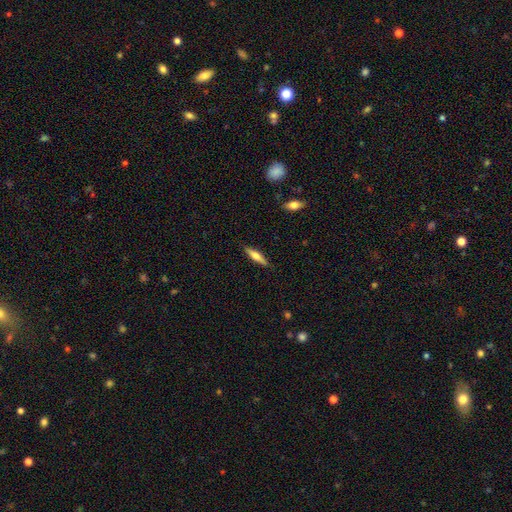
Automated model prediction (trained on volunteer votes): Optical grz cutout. It shows a smooth galaxy with no disk features (53%) that is cigar-shaped (76%). Merging: none (88%).